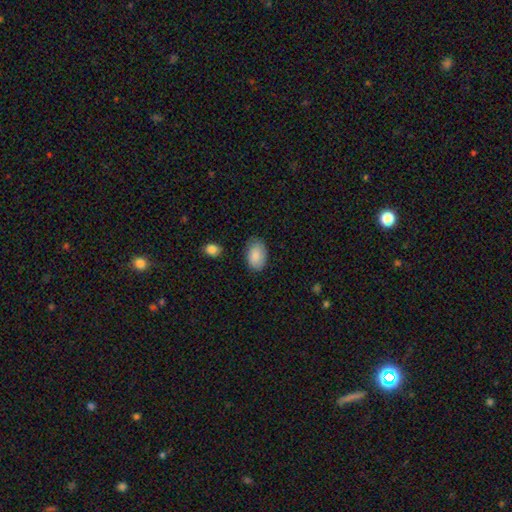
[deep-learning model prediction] Smooth or featured?
  - smooth: 86% *
  - featured or disk: 7%
  - star or artifact: 6%
How rounded?
  - in between: 91% *
  - round: 8%
  - cigar-shaped: 1%
Merging?
  - none: 79% *
  - minor disturbance: 16%
  - major disturbance: 3%
  - merger: 2%